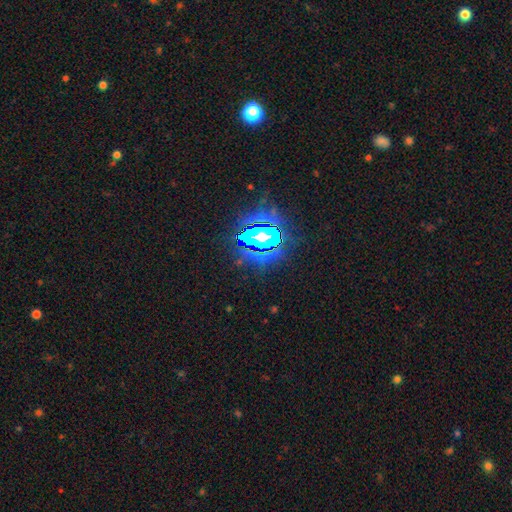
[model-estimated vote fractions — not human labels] Smooth or featured? Predicted: star or artifact (p=0.84).